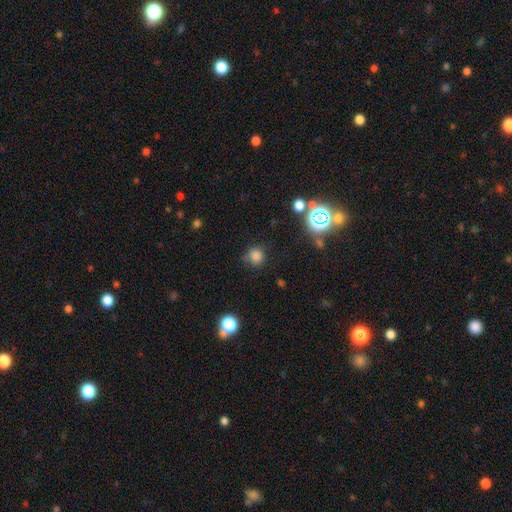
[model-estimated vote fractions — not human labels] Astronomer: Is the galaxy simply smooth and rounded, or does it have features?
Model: smooth — 77%.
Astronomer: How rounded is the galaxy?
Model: round — 89%.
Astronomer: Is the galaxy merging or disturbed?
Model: none — 77%.